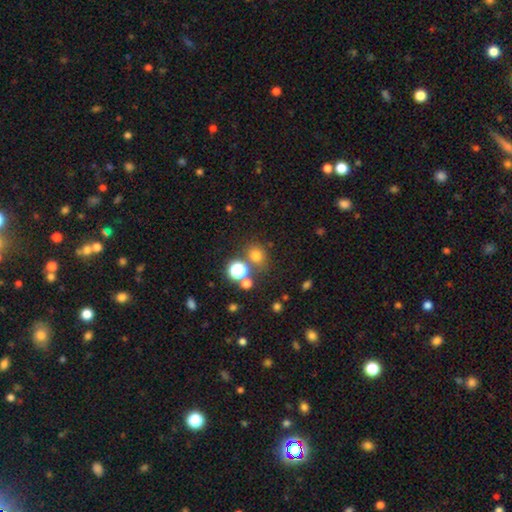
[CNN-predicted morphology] A smooth galaxy with no disk features (71%) that is round (77%).

Vote fractions:
- Smooth or featured? smooth: 71% / star or artifact: 22% / featured or disk: 7%
- How rounded? round: 77% / in between: 22% / cigar-shaped: 1%
- Merging? none: 73% / merger: 12% / minor disturbance: 10% / major disturbance: 4%